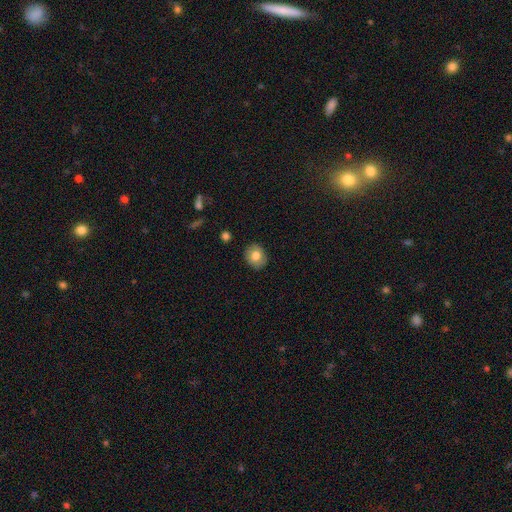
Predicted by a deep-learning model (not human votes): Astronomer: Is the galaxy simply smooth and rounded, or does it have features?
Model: smooth — 75%.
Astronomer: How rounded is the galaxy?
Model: round — 70%.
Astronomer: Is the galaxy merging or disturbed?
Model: none — 88%.